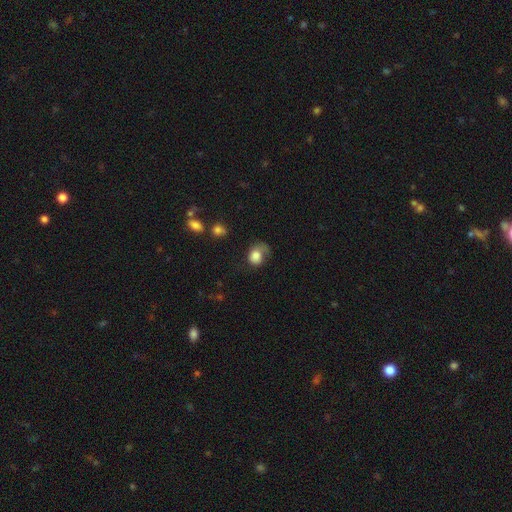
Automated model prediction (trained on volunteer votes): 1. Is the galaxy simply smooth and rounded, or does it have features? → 72% smooth, 19% featured or disk, 9% star or artifact.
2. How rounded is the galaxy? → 54% round, 45% in between, 1% cigar-shaped.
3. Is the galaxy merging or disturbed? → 36% major disturbance, 33% none, 27% minor disturbance, 4% merger.